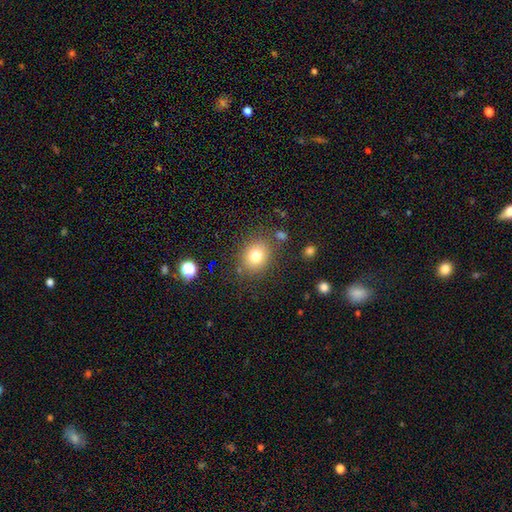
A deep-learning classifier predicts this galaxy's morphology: The model was most divided on "how rounded": round: 68%, in between: 31%, cigar-shaped: 1%. More confident: merging — none (81%); smooth or featured — smooth (78%).